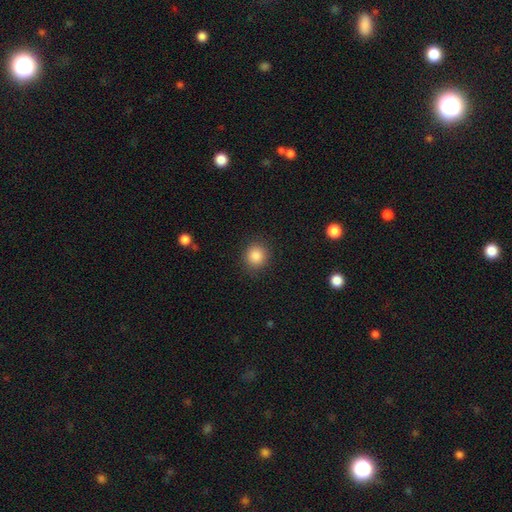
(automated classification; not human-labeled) Q: Smooth or featured?
A: smooth (86%); runner-up: star or artifact (10%)
Q: How rounded?
A: round (85%); runner-up: in between (14%)
Q: Merging?
A: none (89%); runner-up: minor disturbance (7%)